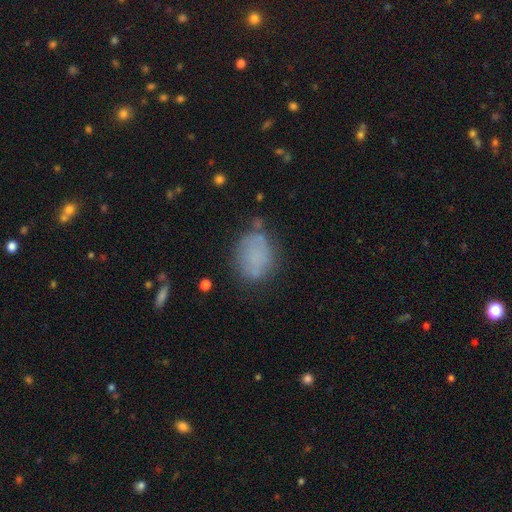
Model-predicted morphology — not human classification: Smooth or featured: smooth — 72% (featured or disk — 16%)
How rounded: in between — 61% (round — 37%)
Merging: none — 61% (minor disturbance — 24%)